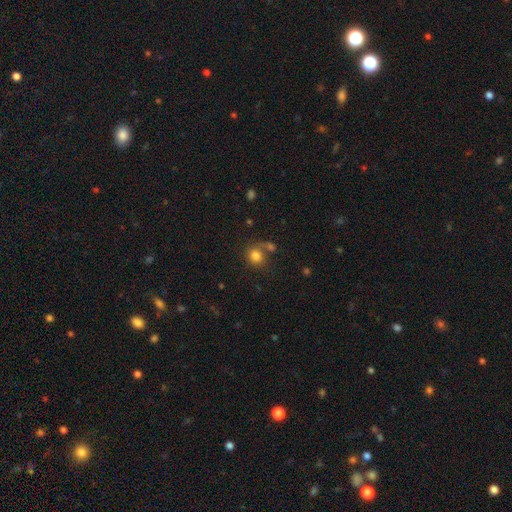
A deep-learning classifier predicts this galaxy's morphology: Smooth or featured? Predicted: smooth (p=0.81). How rounded? Predicted: round (p=0.75). Merging? Predicted: none (p=0.53).